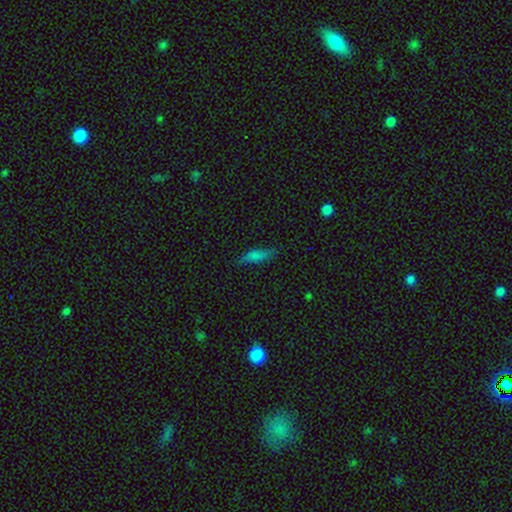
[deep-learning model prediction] A smooth galaxy with no disk features (73%) that is cigar-shaped (51%).

Vote fractions:
- Smooth or featured? smooth: 73% / featured or disk: 15% / star or artifact: 12%
- How rounded? cigar-shaped: 51% / in between: 46% / round: 3%
- Merging? none: 73% / minor disturbance: 21% / major disturbance: 5% / merger: 2%